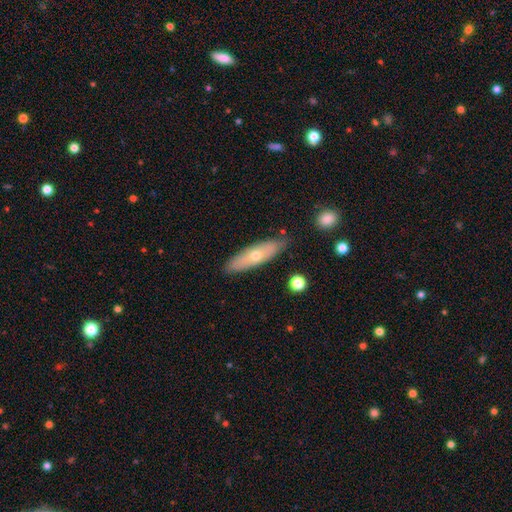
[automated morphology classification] Q: Smooth or featured?
A: smooth (54%); runner-up: featured or disk (39%)
Q: How rounded?
A: cigar-shaped (63%); runner-up: in between (35%)
Q: Merging?
A: none (84%); runner-up: minor disturbance (12%)